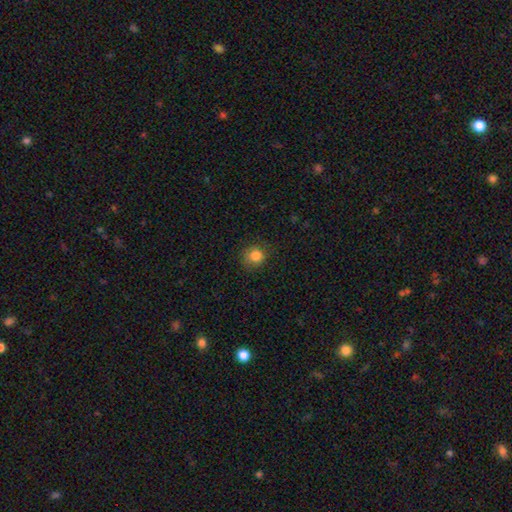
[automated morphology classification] The model was most divided on "merging": none: 77%, minor disturbance: 16%, major disturbance: 5%, merger: 1%. More confident: how rounded — round (86%); smooth or featured — smooth (83%).